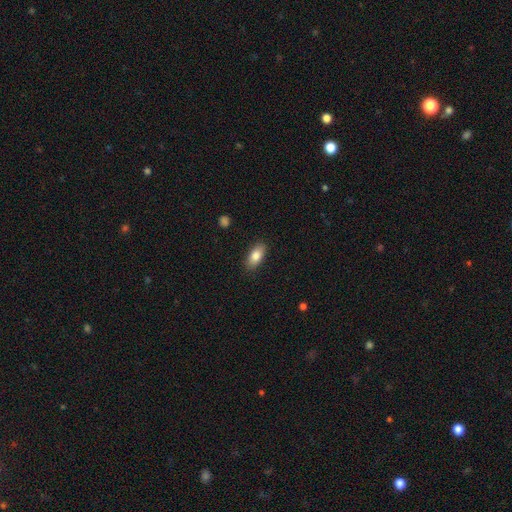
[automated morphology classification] Smooth or featured: smooth — 81% (featured or disk — 12%)
How rounded: in between — 87% (cigar-shaped — 9%)
Merging: none — 87% (minor disturbance — 10%)